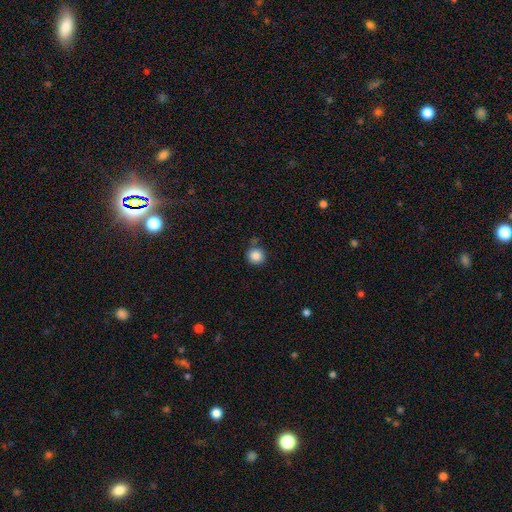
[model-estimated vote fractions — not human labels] Q: Smooth or featured?
A: smooth (87%); runner-up: star or artifact (10%)
Q: How rounded?
A: round (94%); runner-up: in between (5%)
Q: Merging?
A: none (75%); runner-up: minor disturbance (15%)